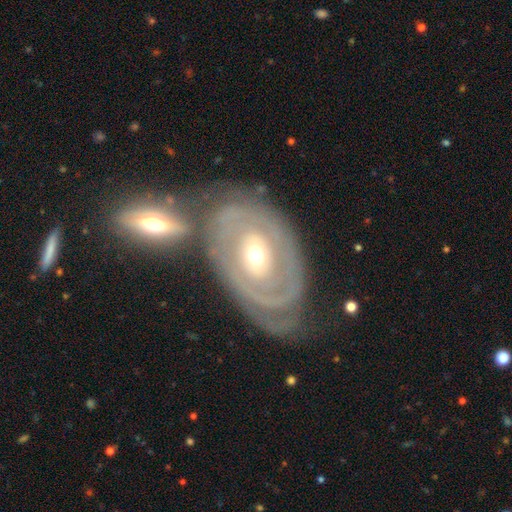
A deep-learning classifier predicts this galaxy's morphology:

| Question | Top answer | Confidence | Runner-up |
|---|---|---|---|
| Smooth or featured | featured or disk | 85% | smooth (10%) |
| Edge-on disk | no | 94% | yes (6%) |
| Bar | no | 64% | weak (25%) |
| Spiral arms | yes | 85% | no (15%) |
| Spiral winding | tight | 79% | medium (16%) |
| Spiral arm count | can't tell | 40% | 2 (32%) |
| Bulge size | moderate | 63% | small (32%) |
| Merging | none | 56% | minor disturbance (18%) |